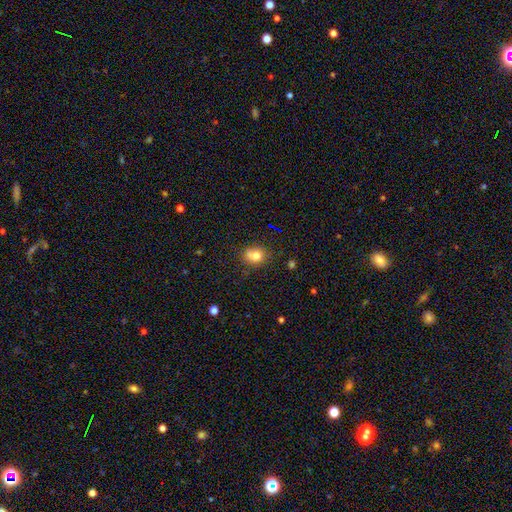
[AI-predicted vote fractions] The model was most divided on "how rounded": round: 66%, in between: 33%, cigar-shaped: 1%. More confident: smooth or featured — smooth (76%); merging — none (60%).